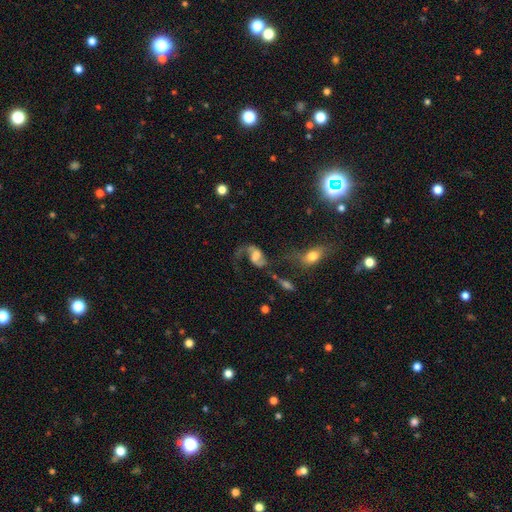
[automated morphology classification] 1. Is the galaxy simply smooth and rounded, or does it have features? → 75% featured or disk, 16% smooth, 9% star or artifact.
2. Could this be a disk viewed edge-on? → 97% no, 3% yes.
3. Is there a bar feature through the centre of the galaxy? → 44% weak, 39% no, 17% strong.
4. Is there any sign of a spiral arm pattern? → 92% yes, 8% no.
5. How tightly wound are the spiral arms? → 71% loose, 24% medium, 5% tight.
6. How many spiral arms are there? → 74% 2, 20% 1, 3% can't tell, 1% 3, 1% 4, 1% more than 4.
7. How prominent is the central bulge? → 29% moderate, 26% large, 22% none, 18% small, 4% dominant.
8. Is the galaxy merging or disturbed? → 39% none, 33% major disturbance, 15% minor disturbance, 14% merger.